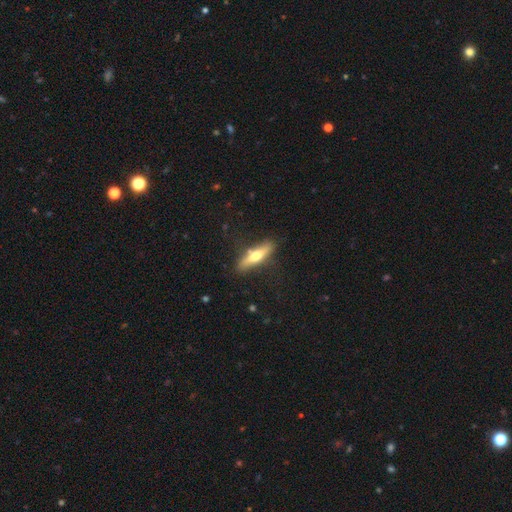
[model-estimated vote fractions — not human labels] smooth_or_featured: smooth (p=0.48) [alt: featured or disk p=0.46]
merging: none (p=0.82) [alt: minor disturbance p=0.12]